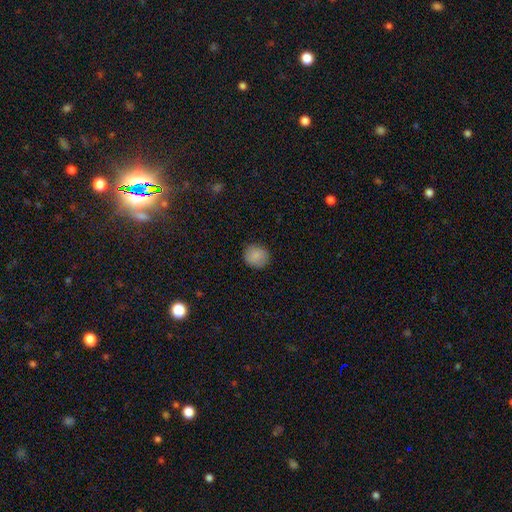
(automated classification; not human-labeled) Overall: smooth (87%). How rounded: round (89%). Merging: none (88%).